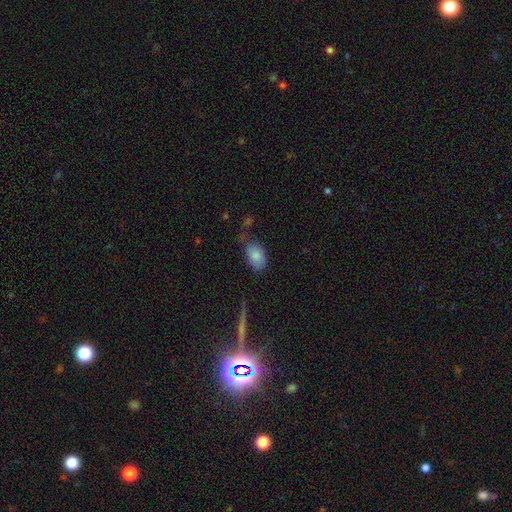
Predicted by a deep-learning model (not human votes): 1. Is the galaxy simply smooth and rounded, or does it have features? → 85% smooth, 8% star or artifact, 7% featured or disk.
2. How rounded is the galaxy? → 89% in between, 9% round, 1% cigar-shaped.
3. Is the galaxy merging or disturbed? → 64% none, 26% minor disturbance, 7% major disturbance, 4% merger.